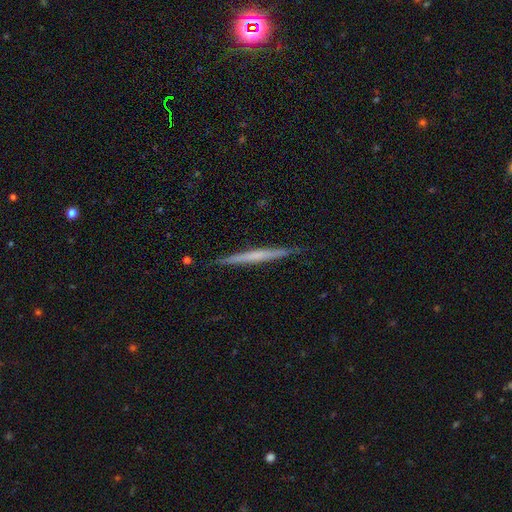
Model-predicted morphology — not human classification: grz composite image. It shows a featured or disk galaxy (55%) viewed edge-on (98%) with no central bulge (75%). Merging: none (89%).